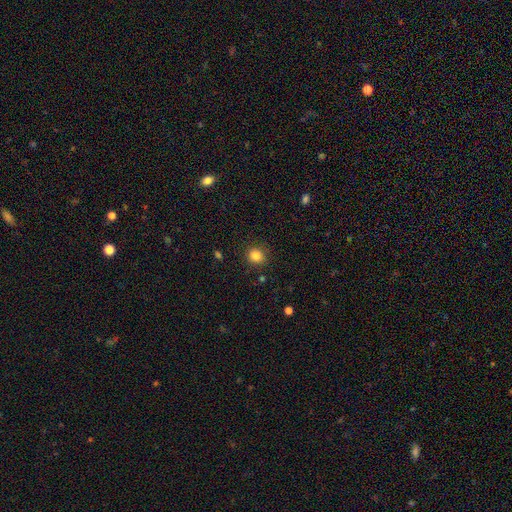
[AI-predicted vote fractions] Smooth or featured?
  - smooth: 84% *
  - star or artifact: 11%
  - featured or disk: 5%
How rounded?
  - round: 87% *
  - in between: 13%
  - cigar-shaped: 1%
Merging?
  - none: 89% *
  - minor disturbance: 7%
  - major disturbance: 2%
  - merger: 1%